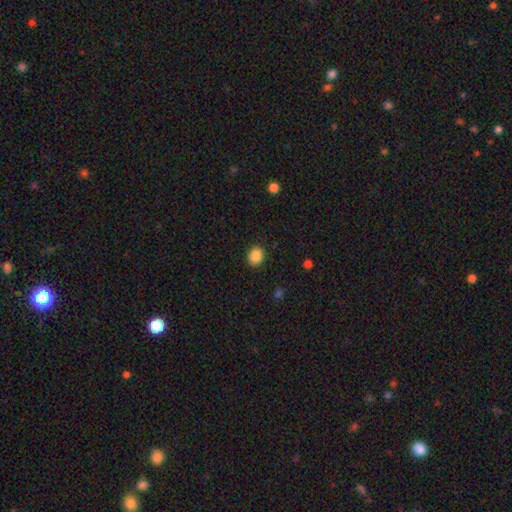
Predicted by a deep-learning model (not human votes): The model was most divided on "how rounded": round: 70%, in between: 30%, cigar-shaped: 1%. More confident: merging — none (90%); smooth or featured — smooth (88%).